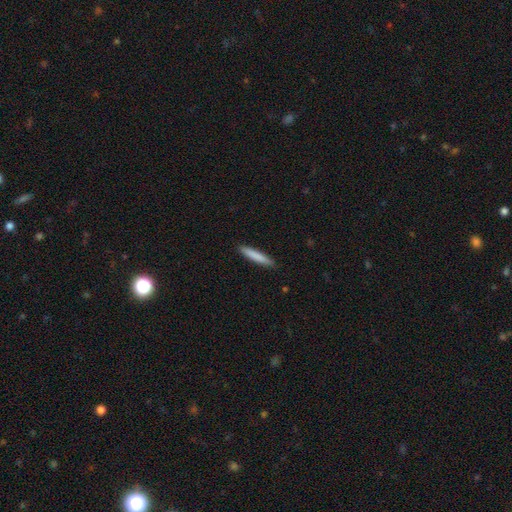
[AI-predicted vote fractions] A smooth galaxy with no disk features (83%) that is cigar-shaped (92%). Merging: none (90%).